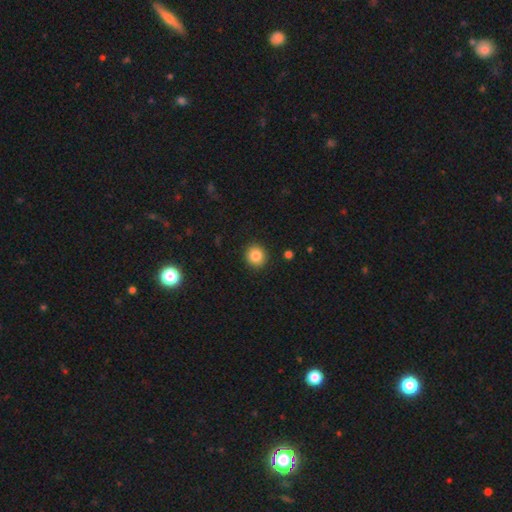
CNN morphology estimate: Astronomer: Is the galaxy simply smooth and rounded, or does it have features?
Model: smooth — 84%.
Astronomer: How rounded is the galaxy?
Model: round — 91%.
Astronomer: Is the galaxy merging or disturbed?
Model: none — 92%.